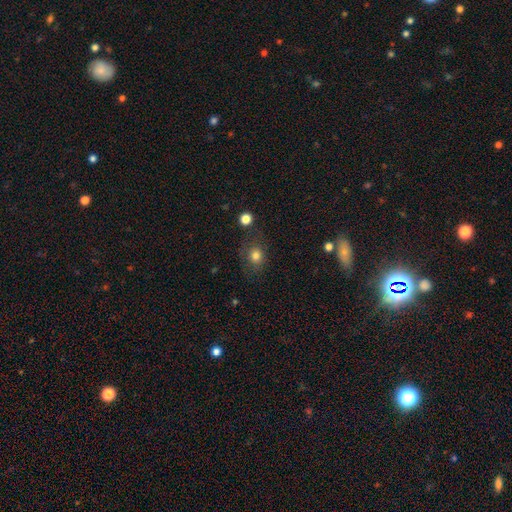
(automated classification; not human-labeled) smooth 79%, star or artifact 12%, featured or disk 9%. Down the decision tree: how rounded — round (69%); merging — none (73%).